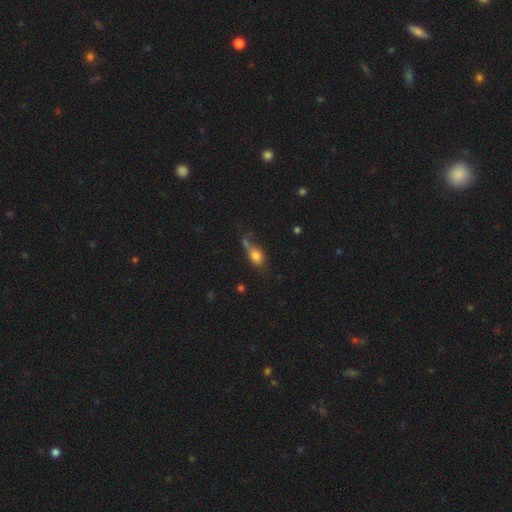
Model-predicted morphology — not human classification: Smooth or featured: smooth — 73% (featured or disk — 17%)
How rounded: in between — 69% (round — 19%)
Merging: none — 43% (minor disturbance — 26%)